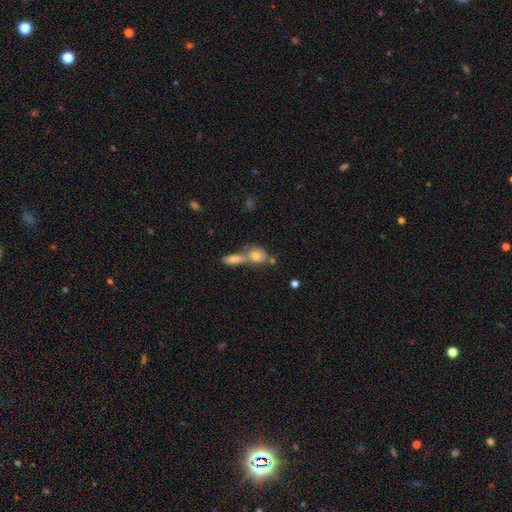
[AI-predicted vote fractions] Smooth or featured: smooth — 69% (featured or disk — 19%)
How rounded: round — 48% (in between — 44%)
Merging: merger — 58% (none — 31%)